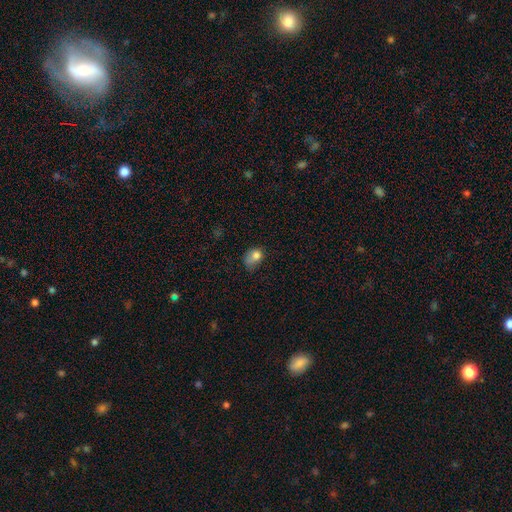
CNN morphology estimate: type=smooth (77%); roundness=in between (56%); merging=minor disturbance (37%).